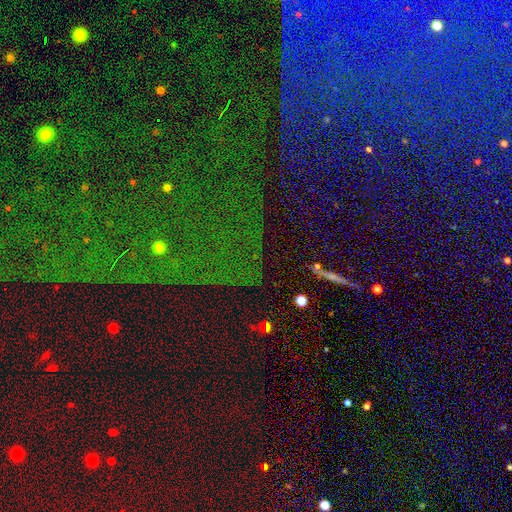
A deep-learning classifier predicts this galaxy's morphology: A star or artifact, not a galaxy (84%).

Vote fractions:
- Smooth or featured? star or artifact: 84% / smooth: 8% / featured or disk: 8%